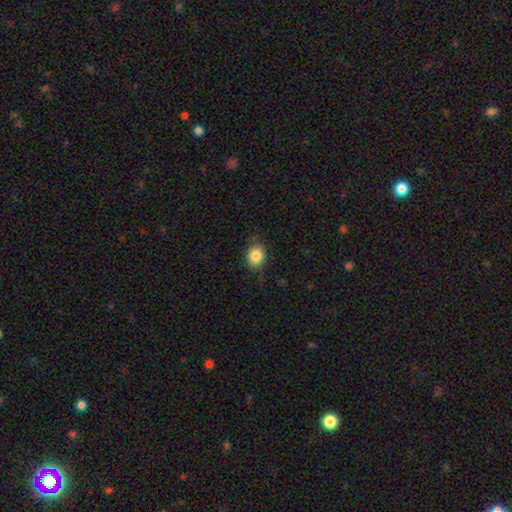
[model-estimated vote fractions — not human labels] Smooth or featured? smooth (84%)
How rounded? round (54%)
Merging? none (79%)